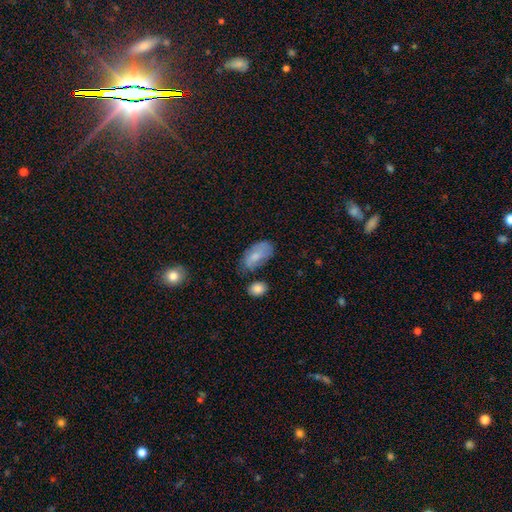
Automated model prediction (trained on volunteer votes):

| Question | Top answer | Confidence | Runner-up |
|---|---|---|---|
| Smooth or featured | smooth | 68% | featured or disk (25%) |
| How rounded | in between | 93% | round (4%) |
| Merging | none | 56% | minor disturbance (29%) |